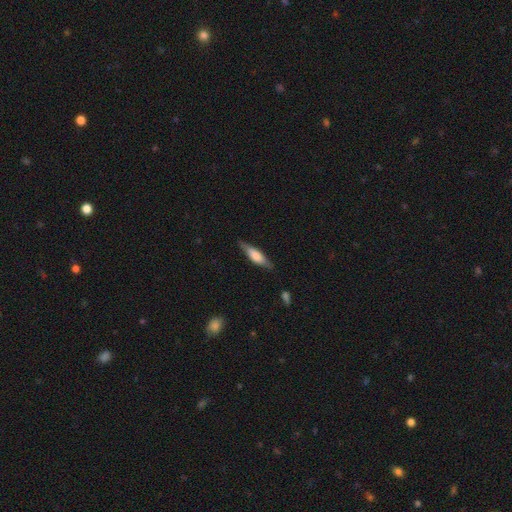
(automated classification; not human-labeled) Smooth or featured? Predicted: smooth (p=0.58). How rounded? Predicted: cigar-shaped (p=0.63). Merging? Predicted: none (p=0.80).